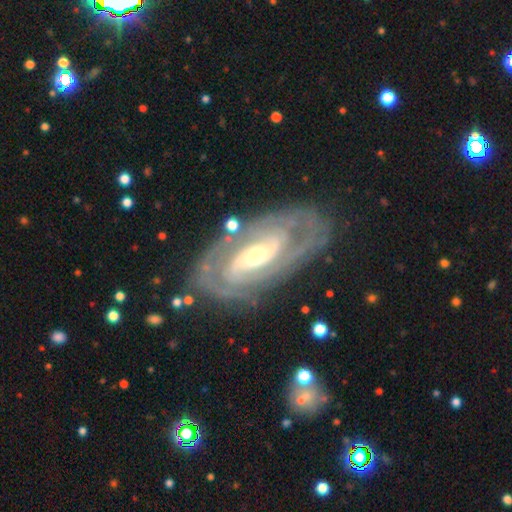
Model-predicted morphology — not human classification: A featured or disk galaxy (87%) with a weak bar (36%), 2 (53%) tight (64%) spiral arms (91%) and a moderate central bulge (50%). Merging: none (77%).